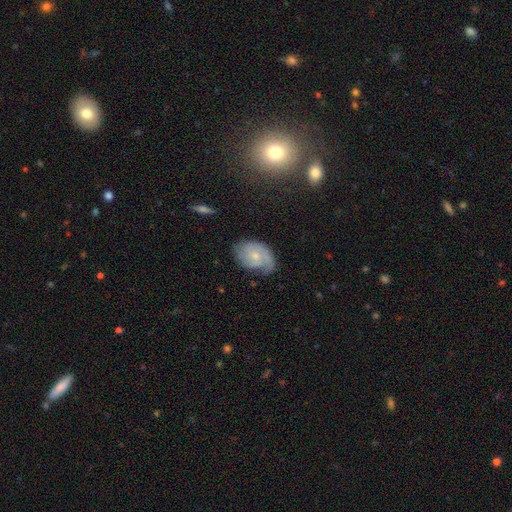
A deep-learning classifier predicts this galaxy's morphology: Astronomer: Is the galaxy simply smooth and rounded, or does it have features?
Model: featured or disk — 61%.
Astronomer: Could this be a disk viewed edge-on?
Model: no — 96%.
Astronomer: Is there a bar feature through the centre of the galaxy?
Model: no — 73%.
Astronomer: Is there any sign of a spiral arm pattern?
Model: yes — 85%.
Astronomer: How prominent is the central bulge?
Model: small — 62%.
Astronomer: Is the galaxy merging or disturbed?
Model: none — 58%.